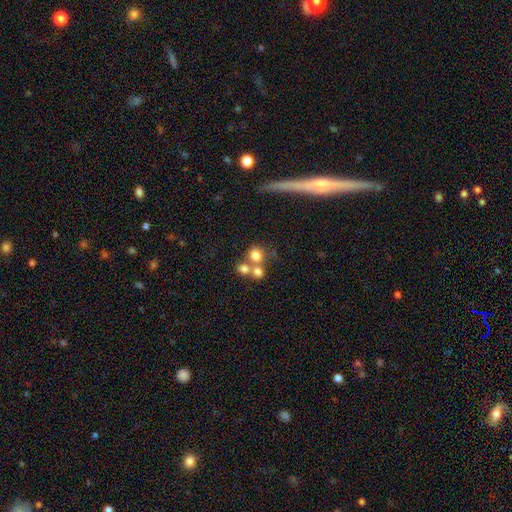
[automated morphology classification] A smooth galaxy with no disk features (72%) that is round (82%). Merging: merger (47%).